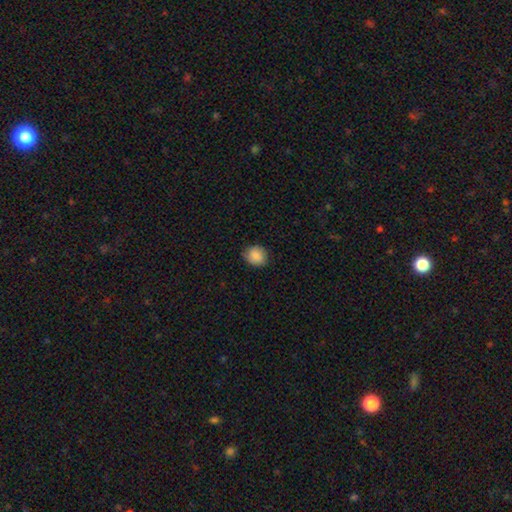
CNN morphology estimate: smooth-or-featured: smooth: 85% | star or artifact: 8% | featured or disk: 7%
  how-rounded: round: 82% | in between: 17% | cigar-shaped: 1%
  merging: none: 82% | minor disturbance: 14% | major disturbance: 3% | merger: 1%